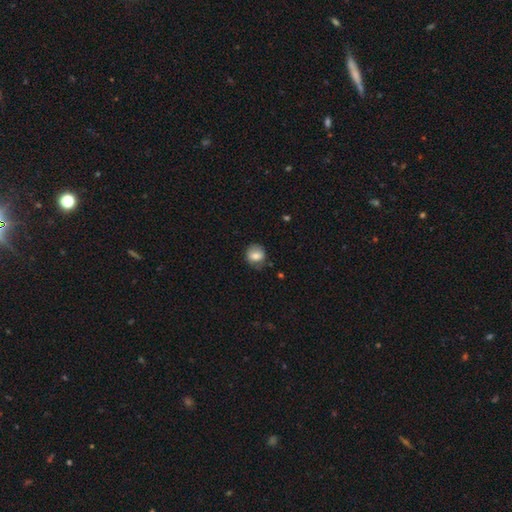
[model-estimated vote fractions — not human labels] Smooth or featured?
  - smooth: 76% *
  - featured or disk: 15%
  - star or artifact: 9%
How rounded?
  - round: 77% *
  - in between: 22%
  - cigar-shaped: 1%
Merging?
  - none: 75% *
  - minor disturbance: 18%
  - major disturbance: 5%
  - merger: 2%